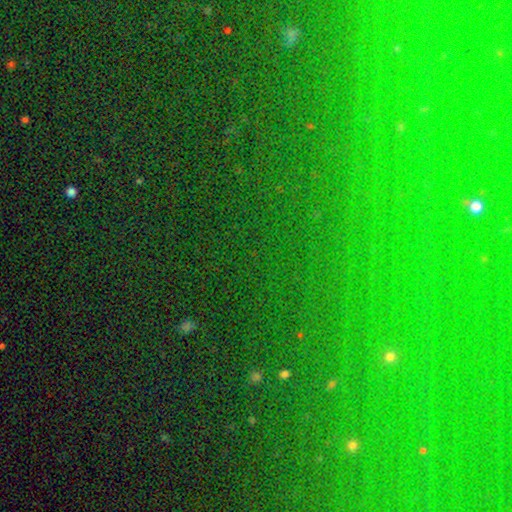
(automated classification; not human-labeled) A star or artifact, not a galaxy (80%).

Vote fractions:
- Smooth or featured? star or artifact: 80% / smooth: 12% / featured or disk: 8%